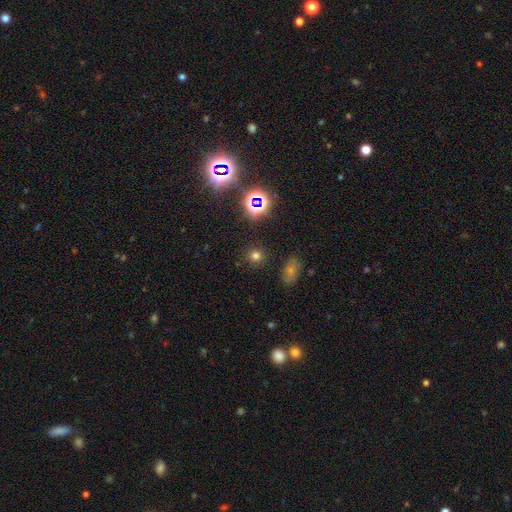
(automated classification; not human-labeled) A smooth galaxy with no disk features (68%) that is round (88%). Merging: none (88%).